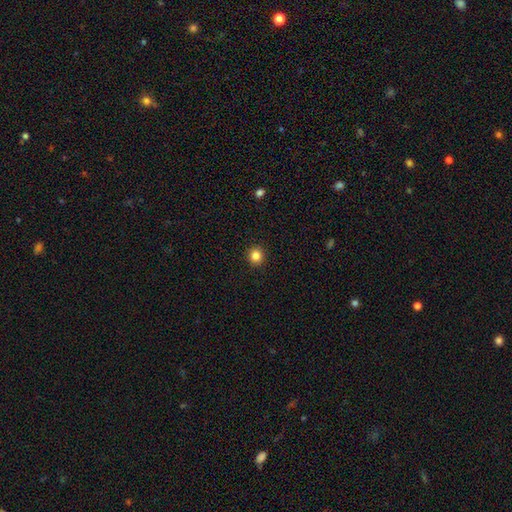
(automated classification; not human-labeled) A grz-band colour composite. It shows a smooth galaxy with no disk features (84%) that is round (92%). Merging: none (93%).